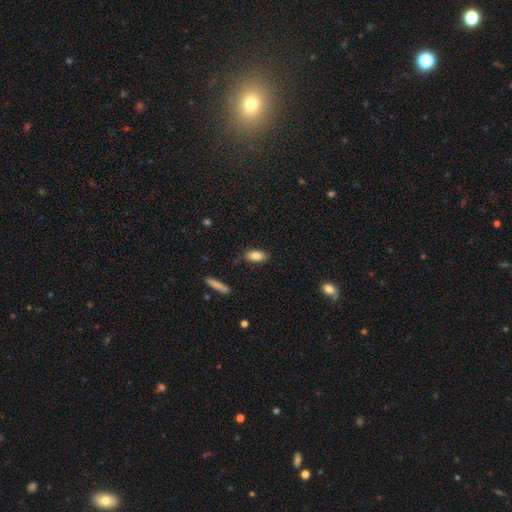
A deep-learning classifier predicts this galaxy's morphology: A smooth galaxy with no disk features (85%) that is in between round and cigar-shaped (86%). Merging: none (85%).